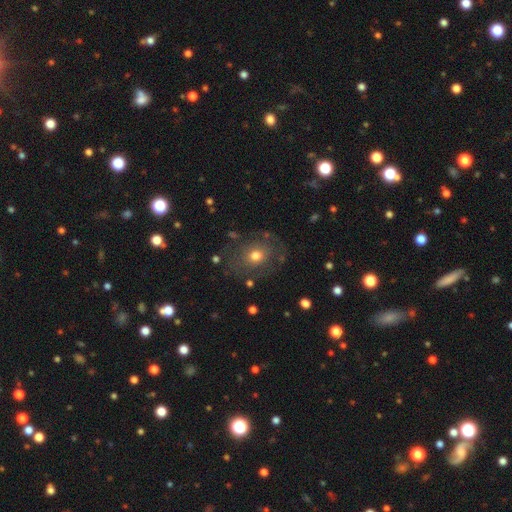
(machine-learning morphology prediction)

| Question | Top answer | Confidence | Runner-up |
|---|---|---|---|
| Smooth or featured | smooth | 58% | featured or disk (30%) |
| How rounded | round | 59% | in between (40%) |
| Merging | none | 73% | minor disturbance (15%) |